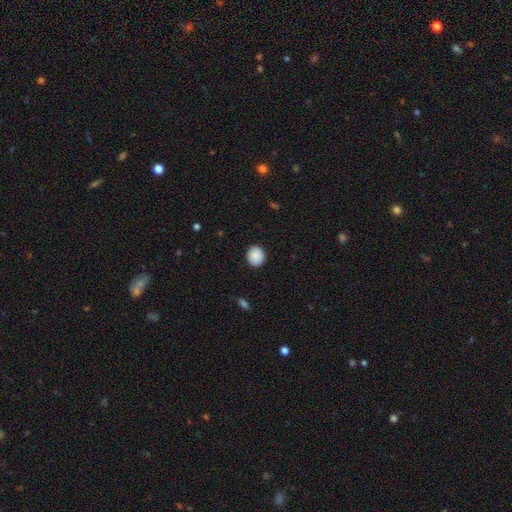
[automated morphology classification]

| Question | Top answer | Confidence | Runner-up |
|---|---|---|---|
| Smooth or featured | smooth | 90% | star or artifact (8%) |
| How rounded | round | 76% | in between (23%) |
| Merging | none | 90% | minor disturbance (7%) |